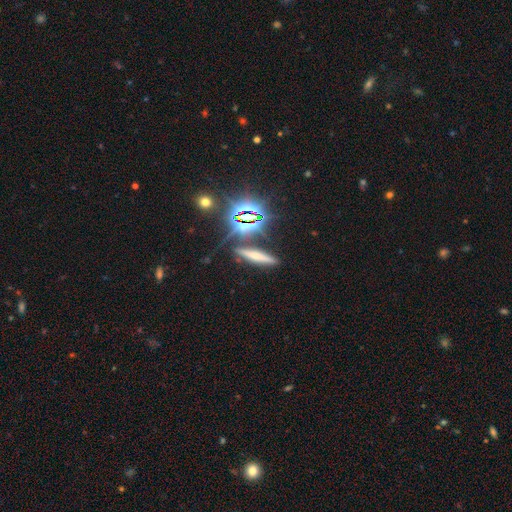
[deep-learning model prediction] Overall: smooth (50%; star or artifact 27%). How rounded: cigar-shaped (81%). Merging: none (78%).